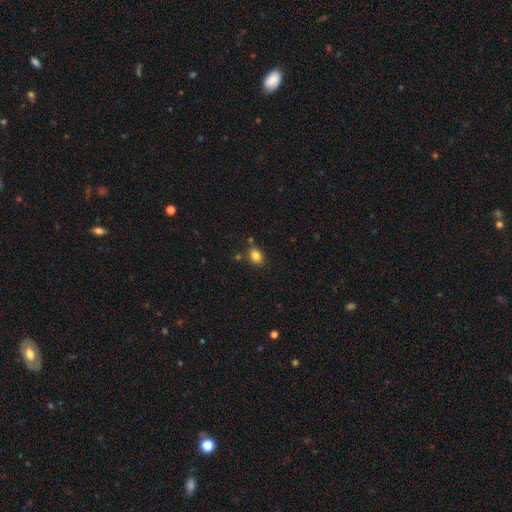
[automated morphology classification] type=smooth (82%); roundness=in between (57%); merging=none (76%).